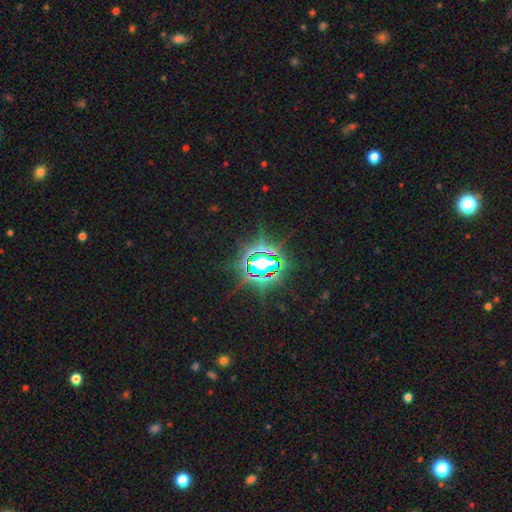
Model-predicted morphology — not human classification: smooth_or_featured: star or artifact (p=0.82) [alt: smooth p=0.11]